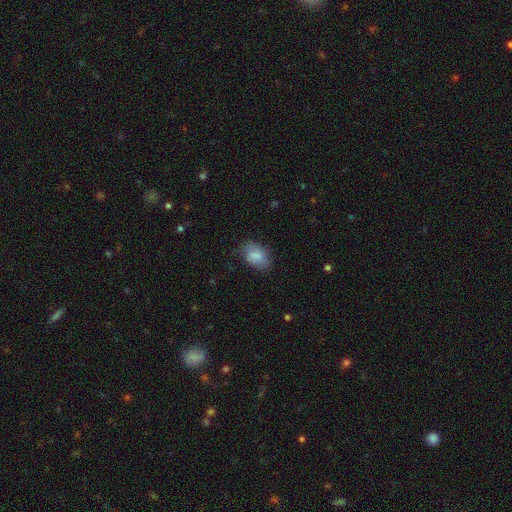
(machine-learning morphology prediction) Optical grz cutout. It shows a smooth galaxy with no disk features (82%) that is in between round and cigar-shaped (85%). Merging: none (69%).